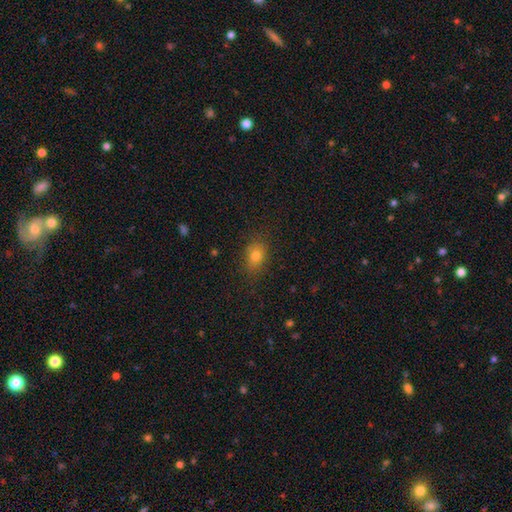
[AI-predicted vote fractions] This appears to be a smooth galaxy with no disk features (75%) that is in between round and cigar-shaped (68%). Merging: none (83%).